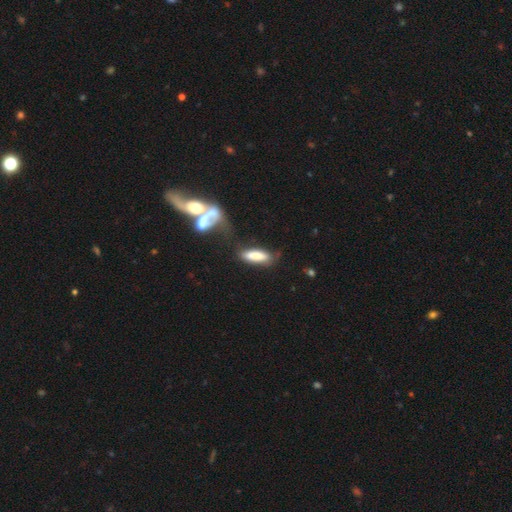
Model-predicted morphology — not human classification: A smooth galaxy with no disk features (78%) that is in between round and cigar-shaped (56%). Merging: none (57%).